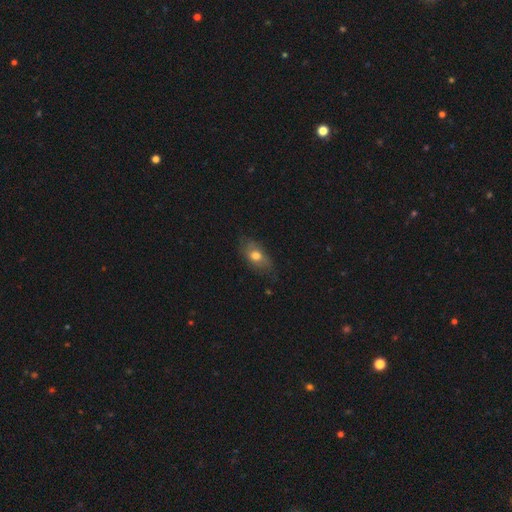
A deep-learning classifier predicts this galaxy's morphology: Smooth or featured?
  - smooth: 66% *
  - featured or disk: 26%
  - star or artifact: 8%
How rounded?
  - in between: 84% *
  - round: 9%
  - cigar-shaped: 7%
Merging?
  - none: 65% *
  - minor disturbance: 26%
  - major disturbance: 8%
  - merger: 2%